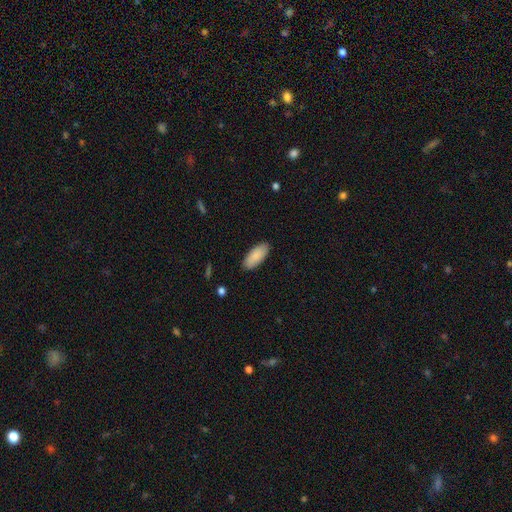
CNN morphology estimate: Smooth or featured? smooth (88%)
How rounded? in between (86%)
Merging? none (88%)